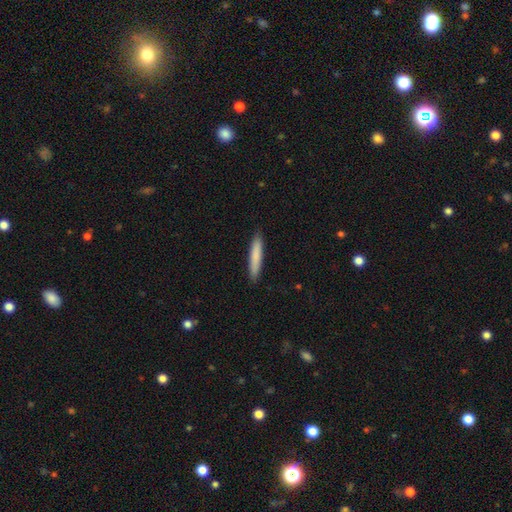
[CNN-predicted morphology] A smooth galaxy with no disk features (81%) that is cigar-shaped (91%).

Vote fractions:
- Smooth or featured? smooth: 81% / featured or disk: 13% / star or artifact: 6%
- How rounded? cigar-shaped: 91% / in between: 7% / round: 1%
- Merging? none: 90% / minor disturbance: 8% / major disturbance: 1% / merger: 1%